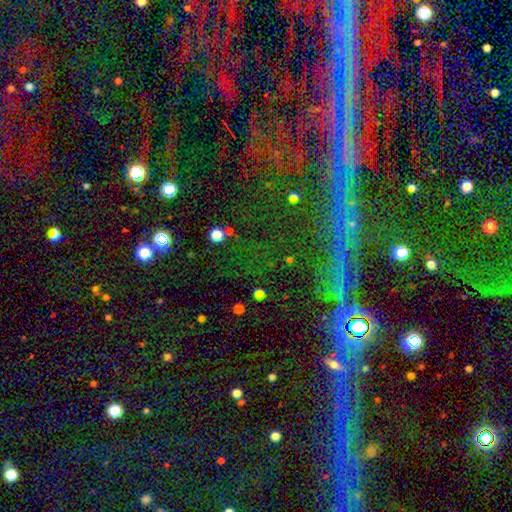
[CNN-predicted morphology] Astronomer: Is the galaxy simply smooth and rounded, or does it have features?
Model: star or artifact — 82%.